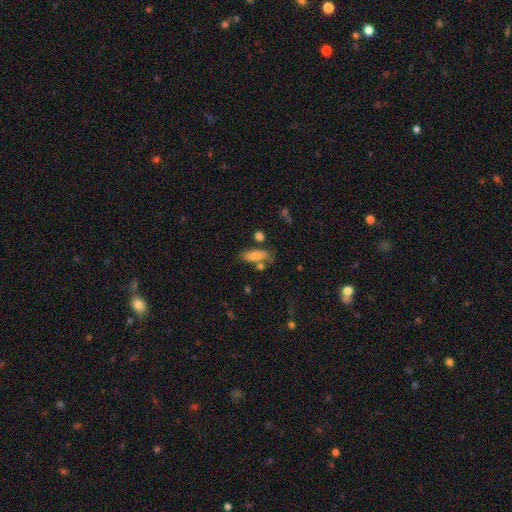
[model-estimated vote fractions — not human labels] smooth_or_featured: smooth (p=0.79) [alt: featured or disk p=0.14]
how_rounded: in between (p=0.64) [alt: cigar-shaped p=0.34]
merging: none (p=0.61) [alt: minor disturbance p=0.18]